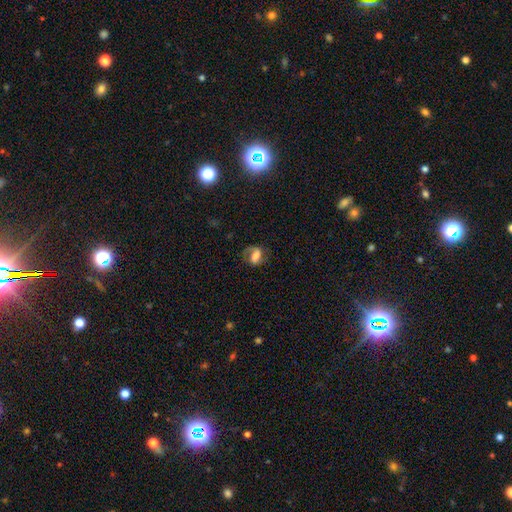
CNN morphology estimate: smooth-or-featured: featured or disk: 46% | smooth: 44% | star or artifact: 10%
  merging: none: 59% | minor disturbance: 22% | major disturbance: 17% | merger: 2%